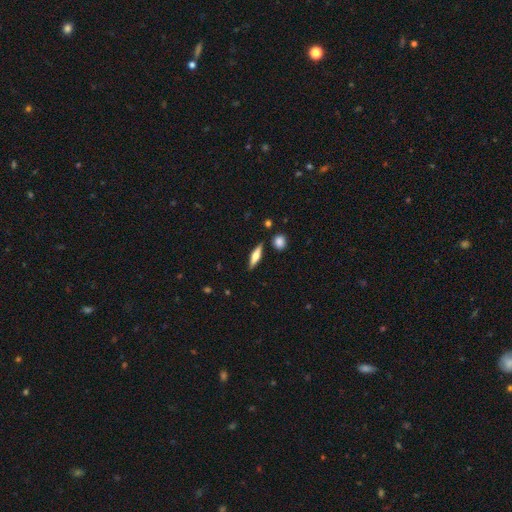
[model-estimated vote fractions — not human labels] This is possibly a featured or disk galaxy (50%). Merging: clearly none (85%).